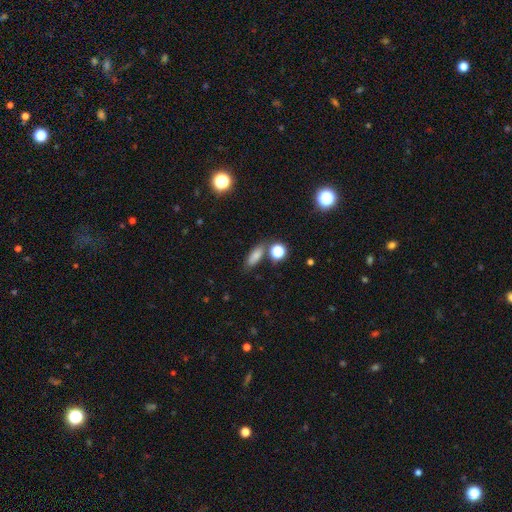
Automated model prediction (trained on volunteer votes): Smooth or featured? Predicted: smooth (p=0.78). How rounded? Predicted: in between (p=0.67). Merging? Predicted: none (p=0.71).